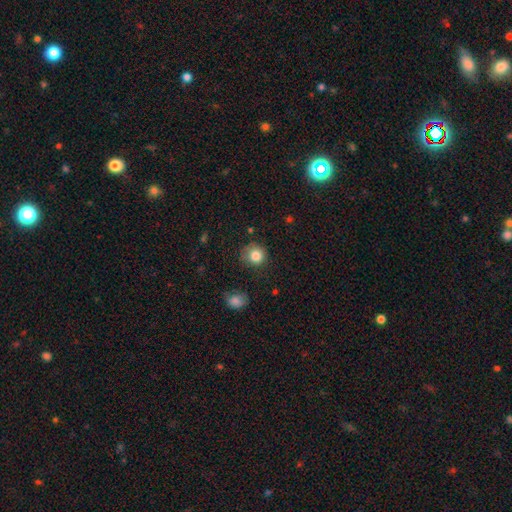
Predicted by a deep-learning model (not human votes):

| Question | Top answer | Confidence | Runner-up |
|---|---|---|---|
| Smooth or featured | smooth | 84% | star or artifact (10%) |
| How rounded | round | 88% | in between (11%) |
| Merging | none | 72% | minor disturbance (20%) |